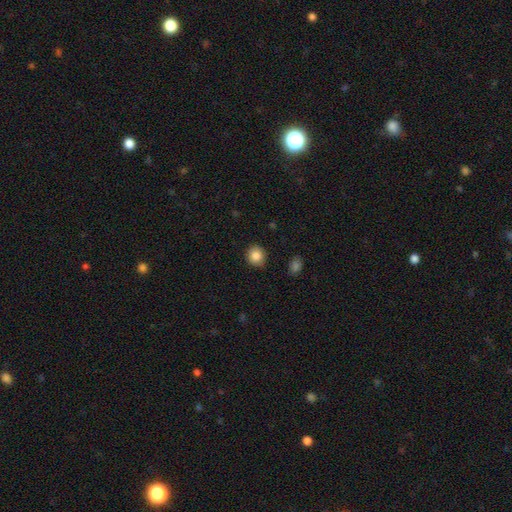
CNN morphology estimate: This appears to be a smooth galaxy with no disk features (85%) that is round (83%). Merging: none (87%).